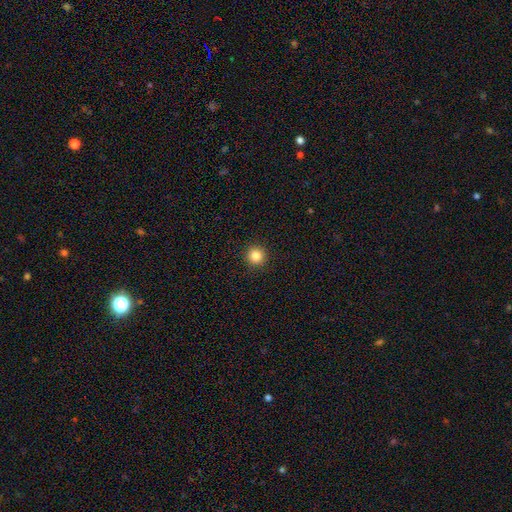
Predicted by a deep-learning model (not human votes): A smooth galaxy with no disk features (84%) that is round (96%).

Vote fractions:
- Smooth or featured? smooth: 84% / star or artifact: 12% / featured or disk: 5%
- How rounded? round: 96% / in between: 3% / cigar-shaped: 1%
- Merging? none: 93% / minor disturbance: 4% / major disturbance: 2% / merger: 1%